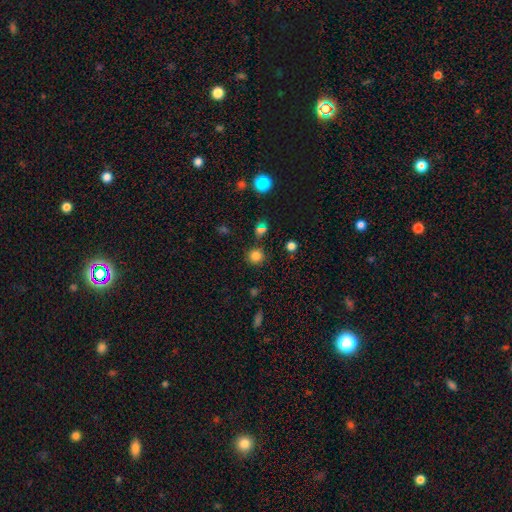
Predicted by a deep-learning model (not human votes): Morphology: type=smooth (81%); roundness=round (92%); merging=none (85%).